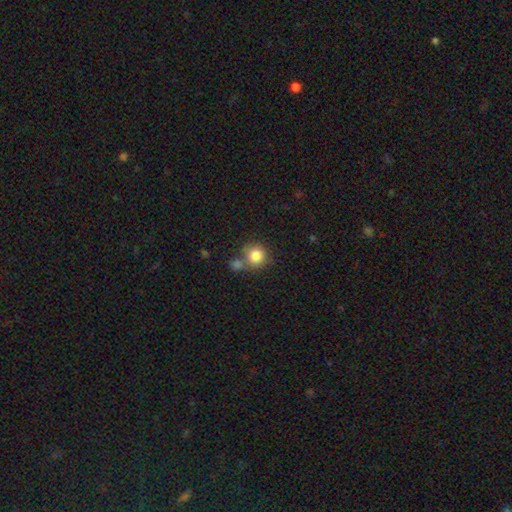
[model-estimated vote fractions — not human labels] smooth-or-featured: smooth: 84% | star or artifact: 9% | featured or disk: 7%
  how-rounded: round: 89% | in between: 10% | cigar-shaped: 1%
  merging: none: 55% | merger: 29% | minor disturbance: 12% | major disturbance: 4%